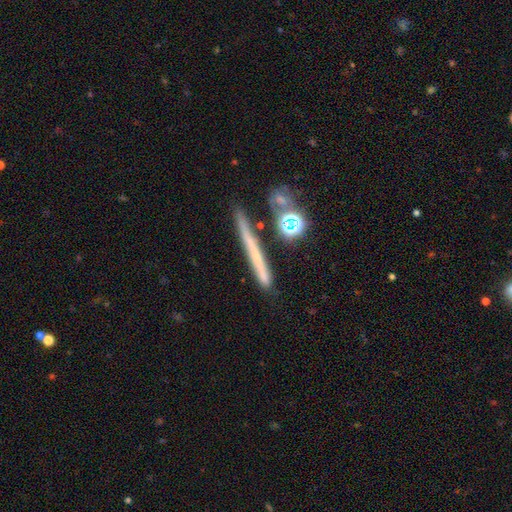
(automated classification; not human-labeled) This is possibly a smooth galaxy (46%). Merging: likely none (76%).